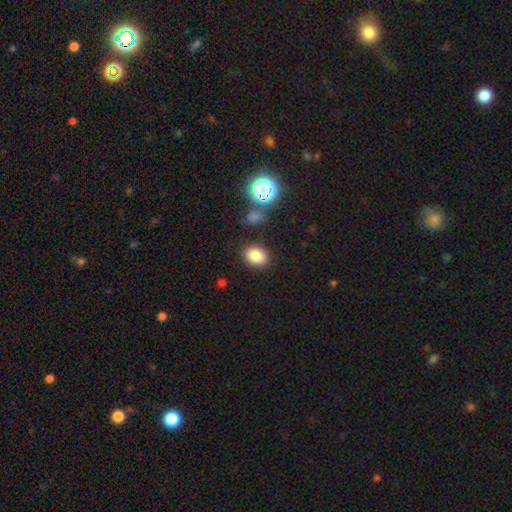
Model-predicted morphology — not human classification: A smooth galaxy with no disk features (81%) that is in between round and cigar-shaped (63%). Merging: none (84%).